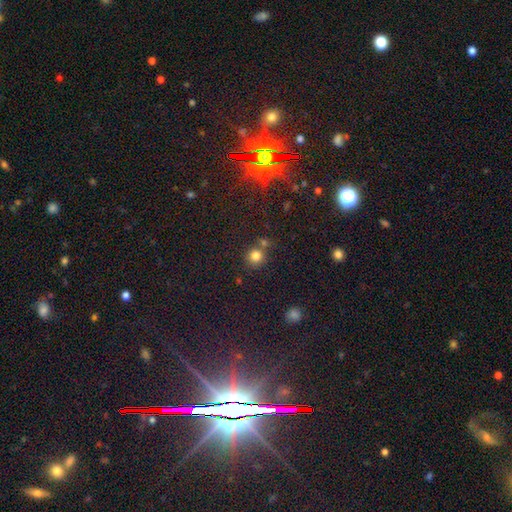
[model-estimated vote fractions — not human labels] Smooth or featured?
  - smooth: 80% *
  - star or artifact: 14%
  - featured or disk: 6%
How rounded?
  - round: 90% *
  - in between: 9%
  - cigar-shaped: 1%
Merging?
  - none: 66% *
  - merger: 21%
  - minor disturbance: 9%
  - major disturbance: 3%